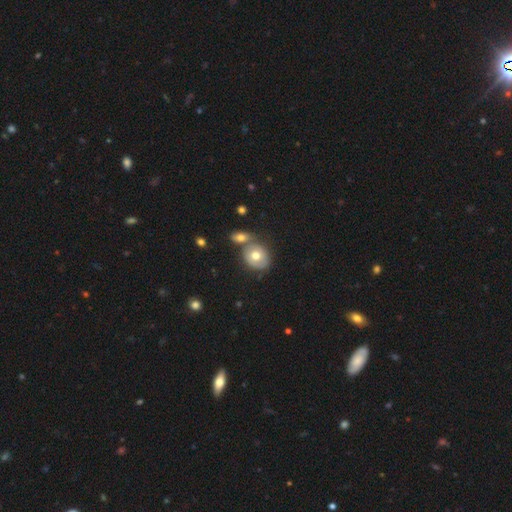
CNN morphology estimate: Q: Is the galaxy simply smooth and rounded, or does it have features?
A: smooth — 64%.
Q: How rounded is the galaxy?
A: round — 57%.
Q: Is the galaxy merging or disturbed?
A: none — 50%.